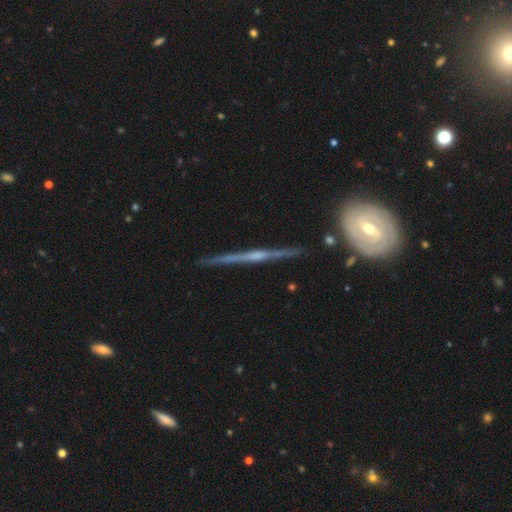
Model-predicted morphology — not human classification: Smooth or featured? Predicted: featured or disk (p=0.79). Edge-on disk? Predicted: yes (p=0.92). Edge-on bulge? Predicted: rounded (p=0.69). Merging? Predicted: none (p=0.84).